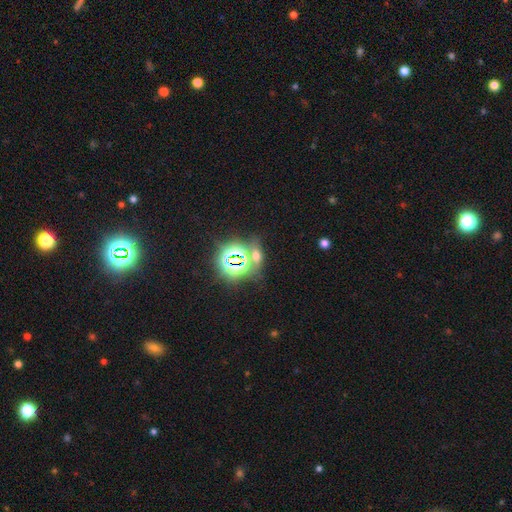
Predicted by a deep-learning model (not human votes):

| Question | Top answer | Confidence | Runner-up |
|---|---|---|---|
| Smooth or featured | star or artifact | 56% | smooth (33%) |